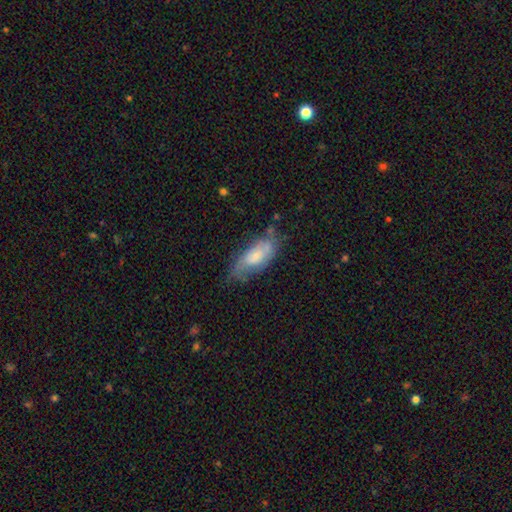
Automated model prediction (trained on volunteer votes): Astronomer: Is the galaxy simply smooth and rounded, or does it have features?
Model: smooth — 50% (runner-up: featured or disk, 42%).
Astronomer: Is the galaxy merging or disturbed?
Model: none — 57%.